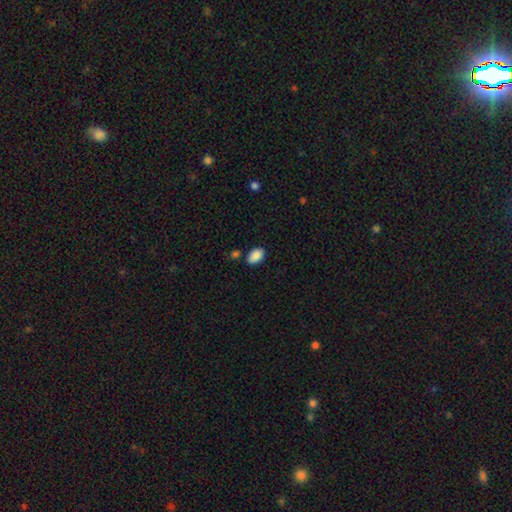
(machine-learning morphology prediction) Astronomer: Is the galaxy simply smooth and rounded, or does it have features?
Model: smooth — 89%.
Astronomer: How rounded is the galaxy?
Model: in between — 90%.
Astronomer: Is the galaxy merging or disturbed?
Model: none — 77%.